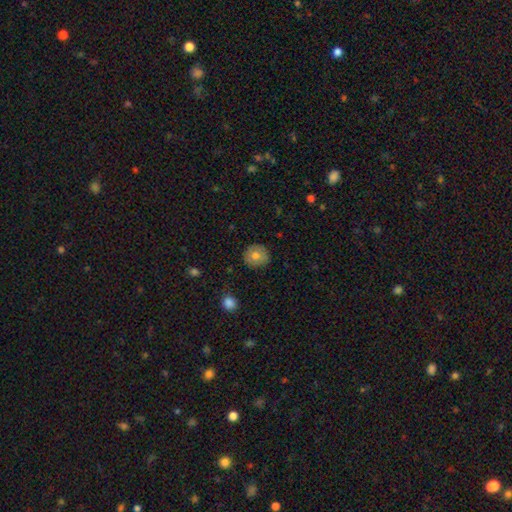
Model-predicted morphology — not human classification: A smooth galaxy with no disk features (72%) that is round (87%). Merging: none (86%).